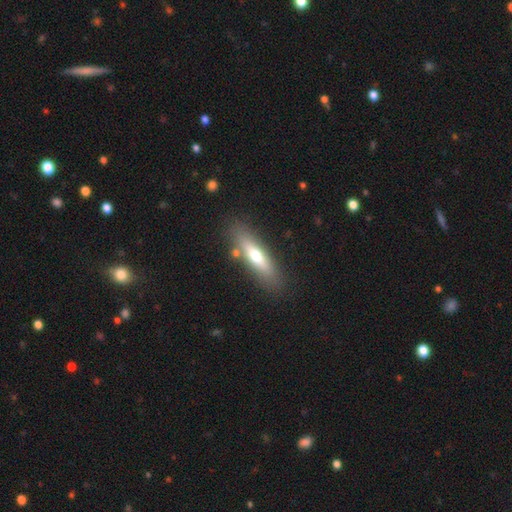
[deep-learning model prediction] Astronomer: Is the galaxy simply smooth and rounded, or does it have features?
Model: smooth — 55% (runner-up: featured or disk, 39%).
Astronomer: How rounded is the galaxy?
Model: cigar-shaped — 67%.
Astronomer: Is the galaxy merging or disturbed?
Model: none — 81%.